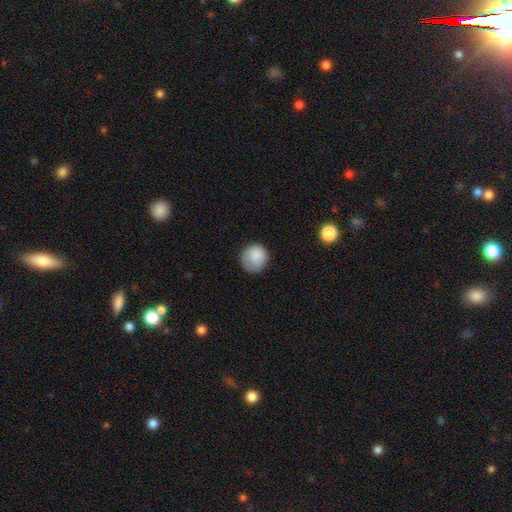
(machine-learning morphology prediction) Smooth or featured: smooth — 86% (star or artifact — 8%)
How rounded: round — 90% (in between — 9%)
Merging: none — 74% (minor disturbance — 19%)